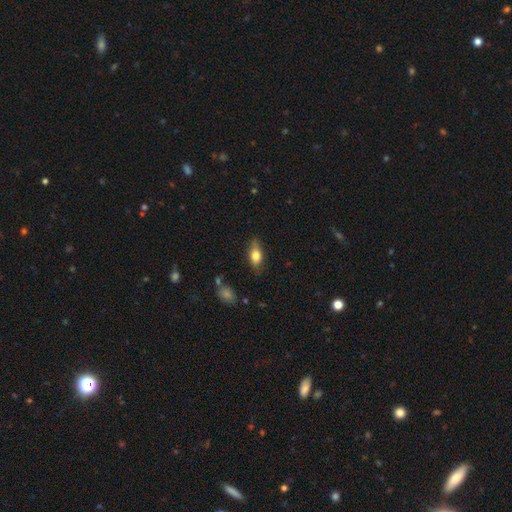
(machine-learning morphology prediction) A smooth galaxy with no disk features (74%) that is in between round and cigar-shaped (80%). Merging: none (73%).